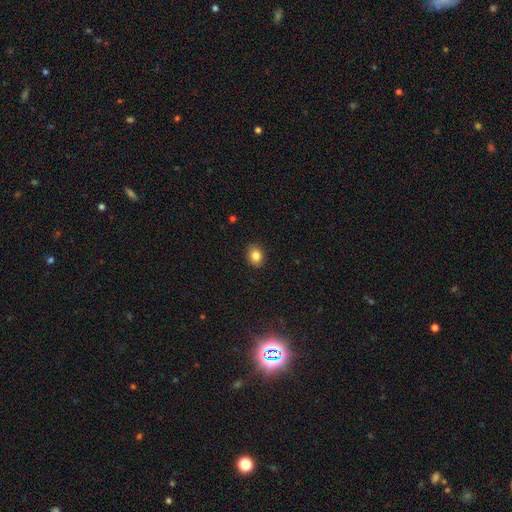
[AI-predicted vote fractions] Q: Smooth or featured?
A: smooth (84%); runner-up: star or artifact (10%)
Q: How rounded?
A: round (50%); runner-up: in between (49%)
Q: Merging?
A: none (88%); runner-up: minor disturbance (9%)